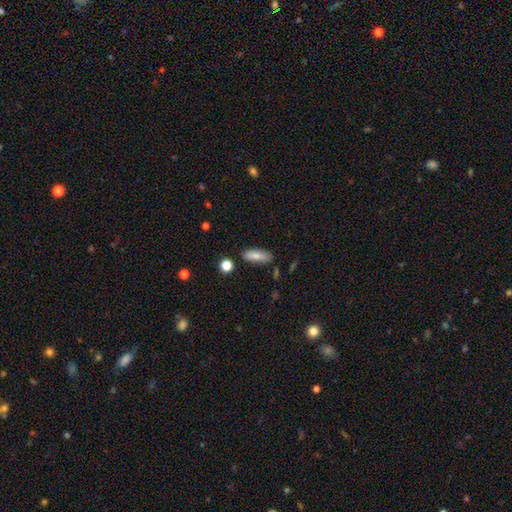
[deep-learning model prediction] The model was most divided on "how rounded": in between: 69%, cigar-shaped: 28%, round: 3%. More confident: smooth or featured — smooth (78%); merging — none (76%).